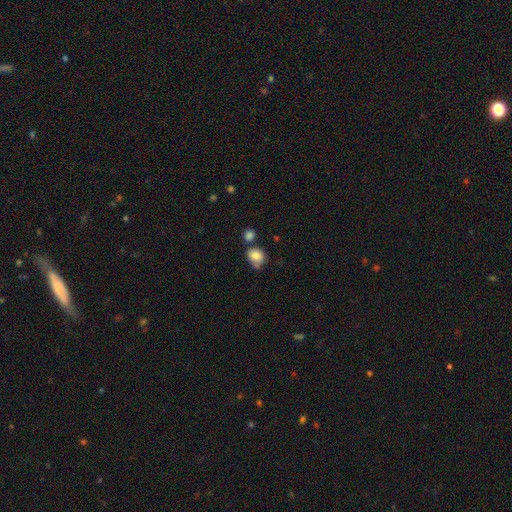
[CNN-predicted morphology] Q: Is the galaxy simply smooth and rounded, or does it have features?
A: smooth — 82%.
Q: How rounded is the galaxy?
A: round — 61%.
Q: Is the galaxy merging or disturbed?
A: none — 50%.